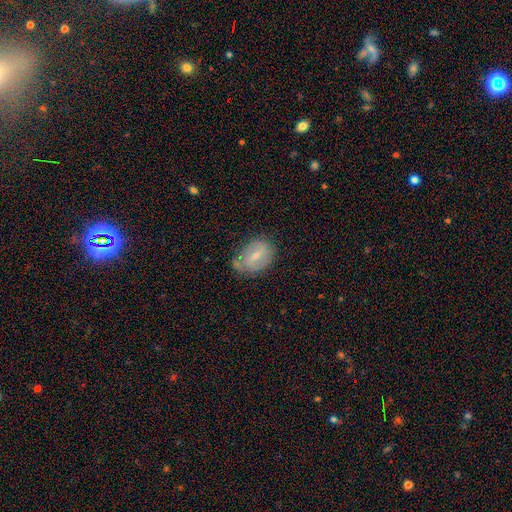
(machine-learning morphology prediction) type=smooth (48%); merging=none (60%).